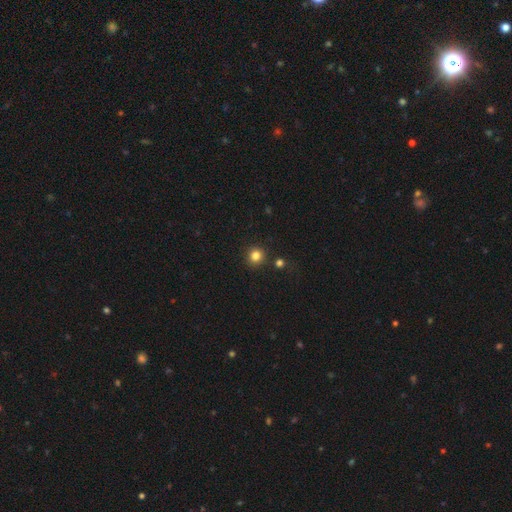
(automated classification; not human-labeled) The model was most divided on "smooth or featured": smooth: 82%, star or artifact: 13%, featured or disk: 5%. More confident: how rounded — round (92%); merging — none (87%).